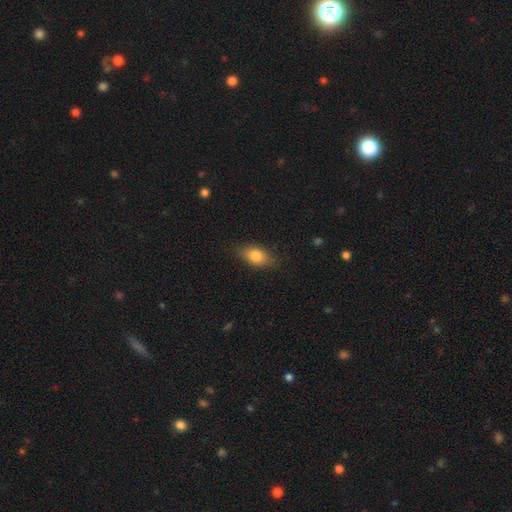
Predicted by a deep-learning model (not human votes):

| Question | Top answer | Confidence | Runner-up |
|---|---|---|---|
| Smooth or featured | smooth | 81% | featured or disk (11%) |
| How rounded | in between | 81% | round (13%) |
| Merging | none | 80% | minor disturbance (15%) |